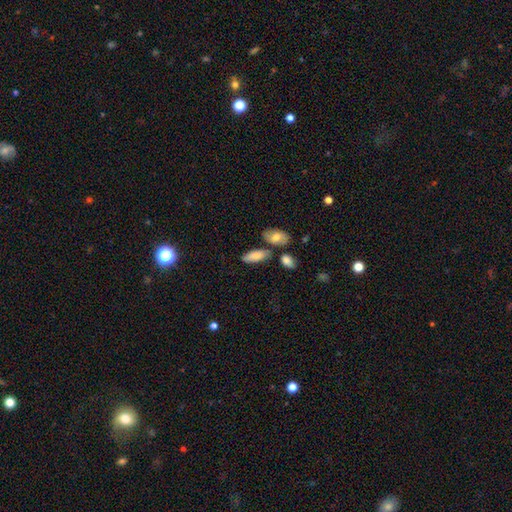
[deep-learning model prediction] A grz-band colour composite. It shows a smooth galaxy with no disk features (80%) that is in between round and cigar-shaped (80%). Merging: none (65%).